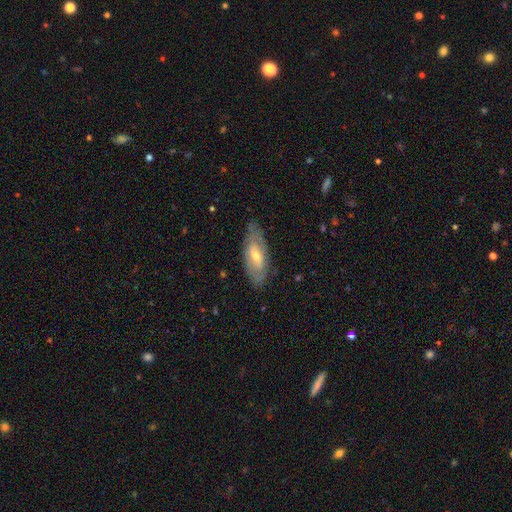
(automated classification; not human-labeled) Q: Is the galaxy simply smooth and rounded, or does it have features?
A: featured or disk — 62%.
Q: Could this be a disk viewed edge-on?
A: no — 80%.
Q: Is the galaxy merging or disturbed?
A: none — 75%.